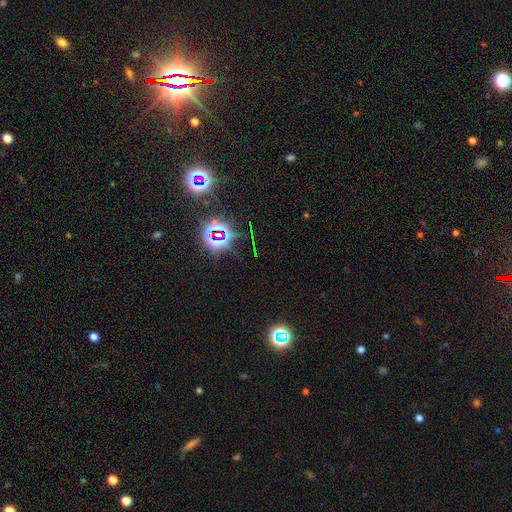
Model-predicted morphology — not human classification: Smooth or featured? Predicted: star or artifact (p=0.78).